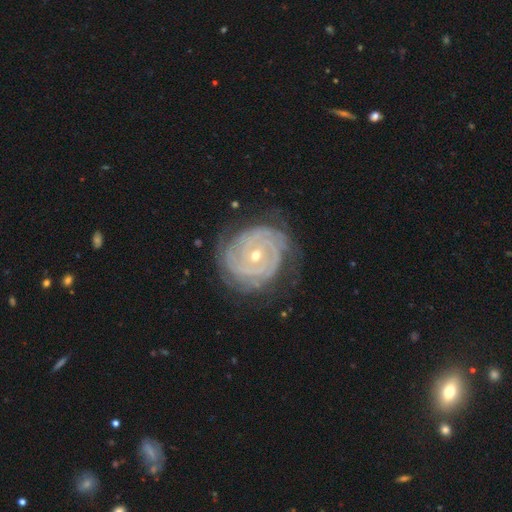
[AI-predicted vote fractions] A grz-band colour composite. It shows a featured or disk galaxy (90%) with no bar (64%), 3 (22%, tied with 2 and can't tell) tight (86%) spiral arms (98%) and a small central bulge (58%). Merging: none (76%).